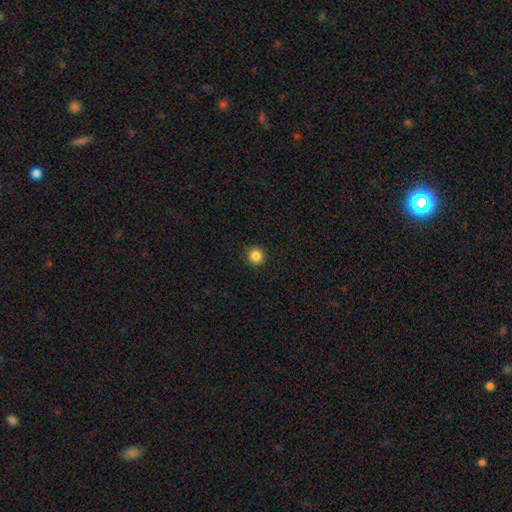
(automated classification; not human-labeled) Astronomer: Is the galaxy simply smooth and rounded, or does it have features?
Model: smooth — 86%.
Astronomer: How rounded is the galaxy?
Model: round — 96%.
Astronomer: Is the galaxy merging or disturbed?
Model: none — 93%.